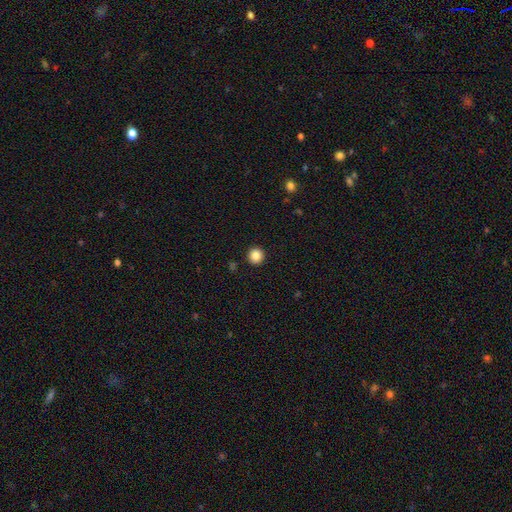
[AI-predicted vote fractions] A smooth galaxy with no disk features (86%) that is round (95%).

Vote fractions:
- Smooth or featured? smooth: 86% / star or artifact: 10% / featured or disk: 4%
- How rounded? round: 95% / in between: 4% / cigar-shaped: 1%
- Merging? none: 93% / minor disturbance: 4% / major disturbance: 2% / merger: 1%